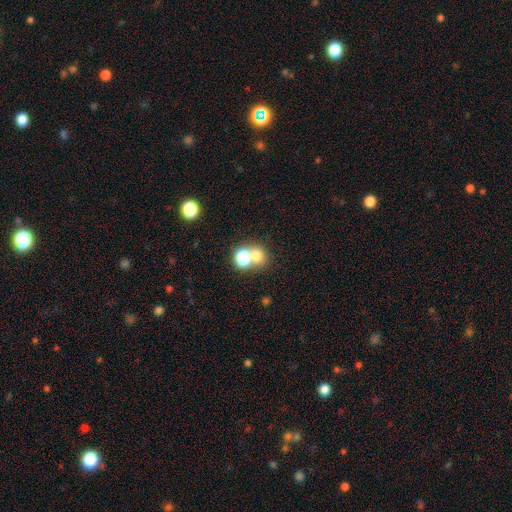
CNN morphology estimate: Smooth or featured? smooth (68%)
How rounded? round (72%)
Merging? none (45%, tied with merger)